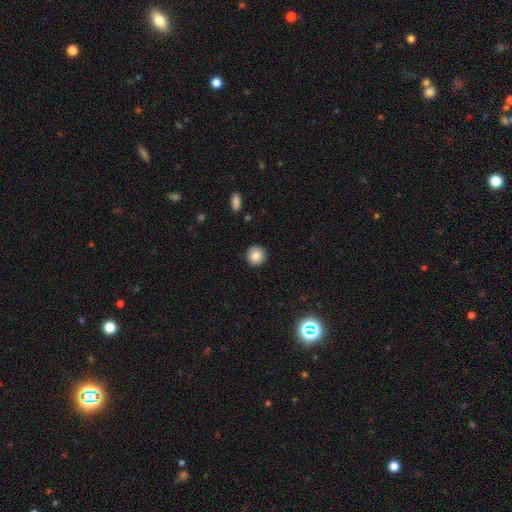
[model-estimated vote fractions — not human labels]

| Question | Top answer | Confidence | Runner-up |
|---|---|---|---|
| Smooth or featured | smooth | 82% | featured or disk (9%) |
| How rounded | round | 95% | in between (4%) |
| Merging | none | 92% | minor disturbance (6%) |